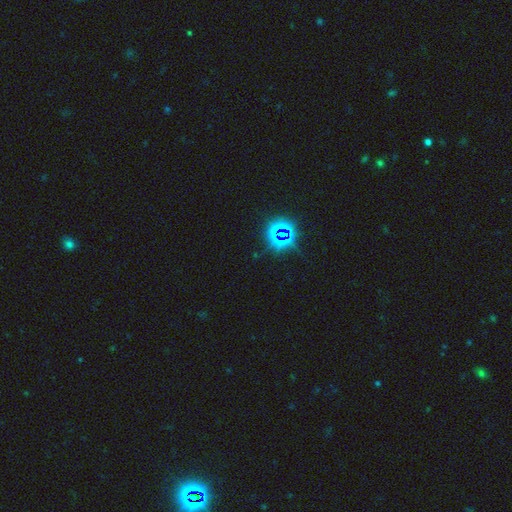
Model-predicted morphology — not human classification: This appears to be a star or artifact, not a galaxy (80%).